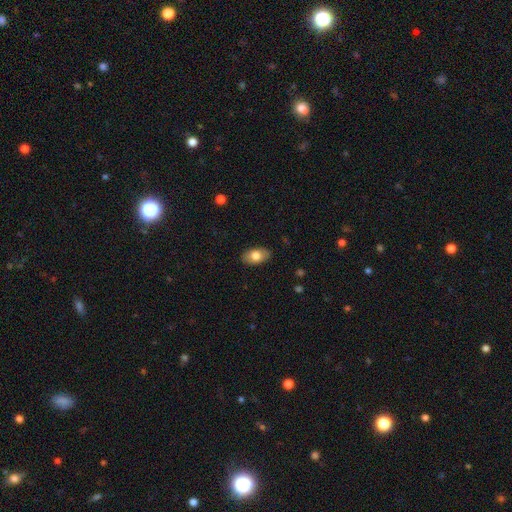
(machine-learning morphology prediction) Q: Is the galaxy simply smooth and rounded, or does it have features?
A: smooth — 77%.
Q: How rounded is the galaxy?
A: in between — 93%.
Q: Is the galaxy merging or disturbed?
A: none — 87%.